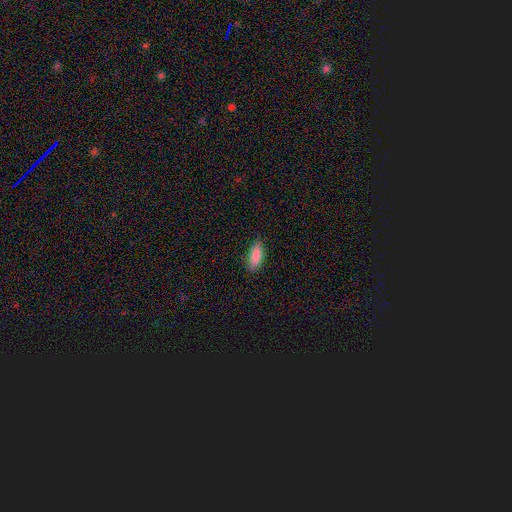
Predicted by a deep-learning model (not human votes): Smooth or featured?
  - smooth: 87% *
  - featured or disk: 6%
  - star or artifact: 6%
How rounded?
  - in between: 76% *
  - cigar-shaped: 22%
  - round: 2%
Merging?
  - none: 84% *
  - minor disturbance: 13%
  - major disturbance: 2%
  - merger: 1%